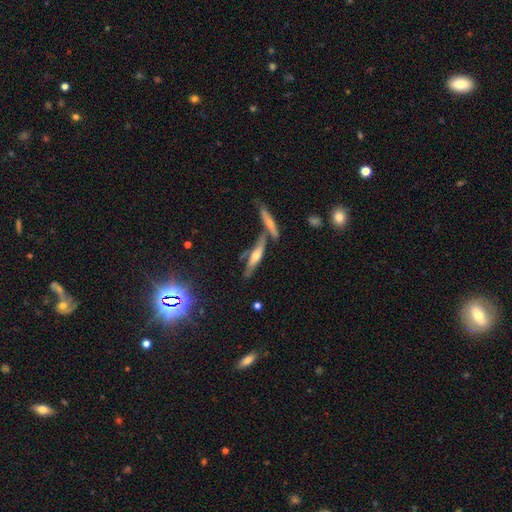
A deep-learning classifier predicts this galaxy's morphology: A featured or disk galaxy (57%) viewed edge-on (83%). Merging: none (57%).